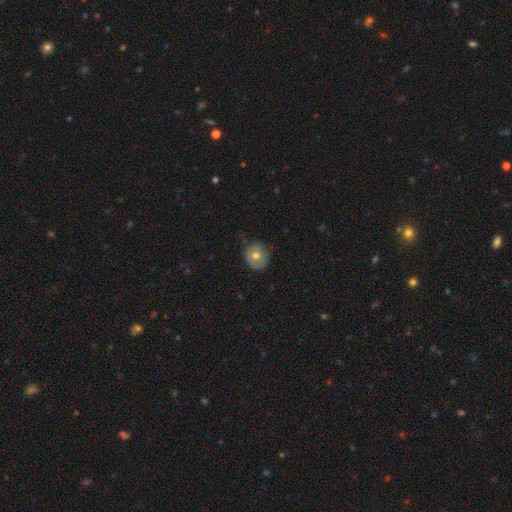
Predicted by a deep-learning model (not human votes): A smooth galaxy with no disk features (64%) that is round (83%). Merging: none (69%).